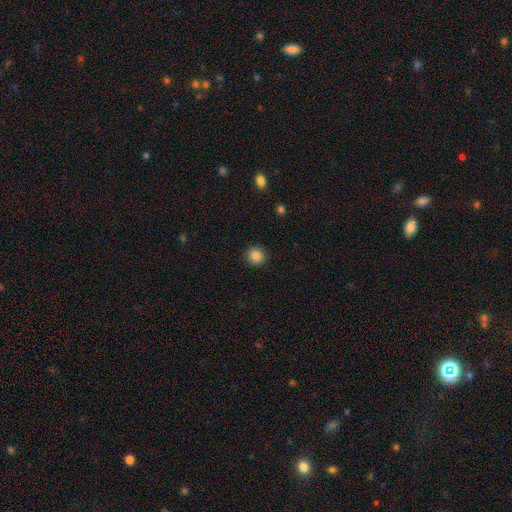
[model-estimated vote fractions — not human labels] The model was most divided on "smooth or featured": smooth: 85%, star or artifact: 10%, featured or disk: 5%. More confident: how rounded — round (93%); merging — none (92%).